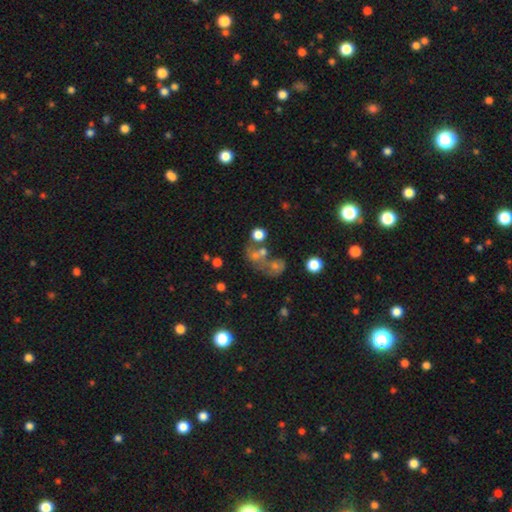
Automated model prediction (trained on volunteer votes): Smooth or featured? Predicted: smooth (p=0.43). Merging? Predicted: merger (p=0.37).